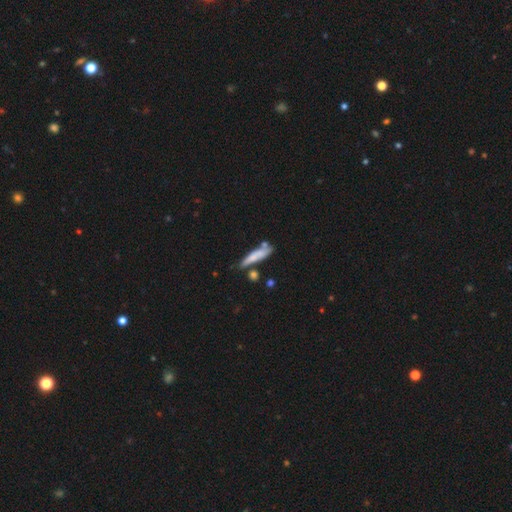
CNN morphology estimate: The model was most divided on "merging": none: 54%, minor disturbance: 22%, merger: 18%, major disturbance: 7%. More confident: how rounded — cigar-shaped (78%); smooth or featured — smooth (67%).